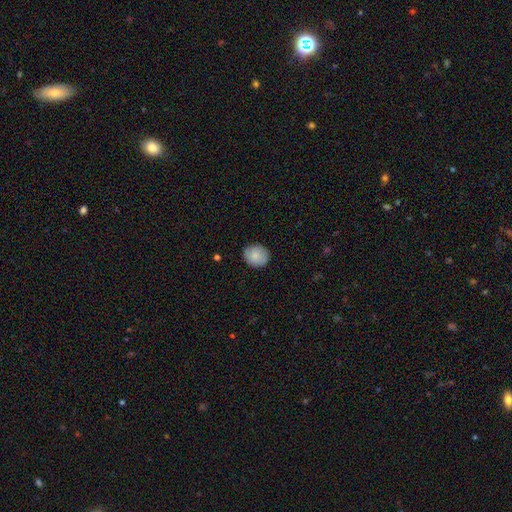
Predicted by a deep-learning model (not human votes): Q: Smooth or featured?
A: smooth (82%); runner-up: featured or disk (11%)
Q: How rounded?
A: round (76%); runner-up: in between (23%)
Q: Merging?
A: none (83%); runner-up: minor disturbance (13%)